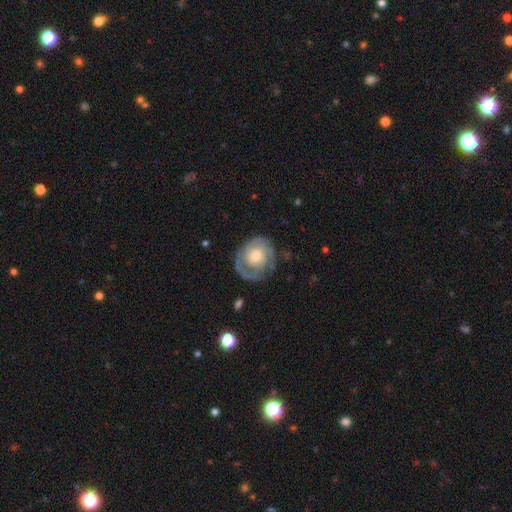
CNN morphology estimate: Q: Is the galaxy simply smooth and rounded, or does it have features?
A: featured or disk — 76%.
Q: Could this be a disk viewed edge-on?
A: no — 97%.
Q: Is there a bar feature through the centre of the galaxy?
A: no — 76%.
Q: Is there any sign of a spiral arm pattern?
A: yes — 88%.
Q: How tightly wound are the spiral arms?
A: tight — 61%.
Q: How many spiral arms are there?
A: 2 — 46%.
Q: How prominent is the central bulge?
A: moderate — 53%.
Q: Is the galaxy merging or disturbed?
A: none — 71%.